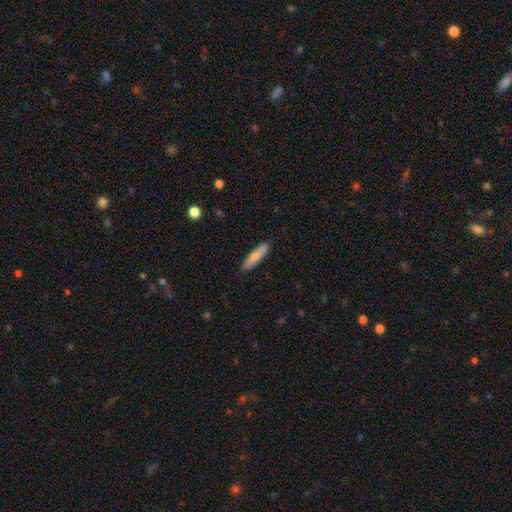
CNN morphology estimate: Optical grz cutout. It shows a smooth galaxy with no disk features (78%) that is cigar-shaped (78%). Merging: none (86%).